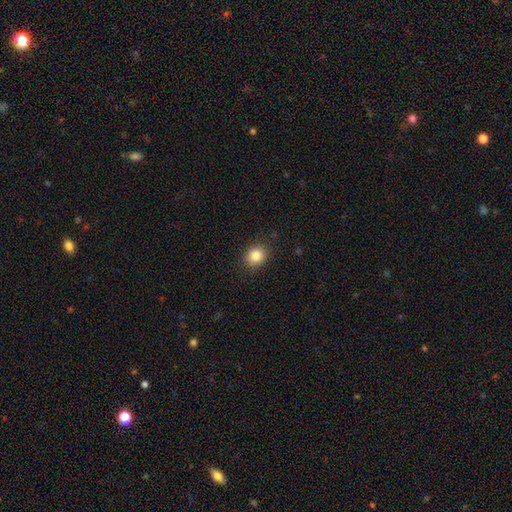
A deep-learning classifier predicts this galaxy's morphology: Overall: smooth (85%). How rounded: round (68%; in between 31%). Merging: none (87%).